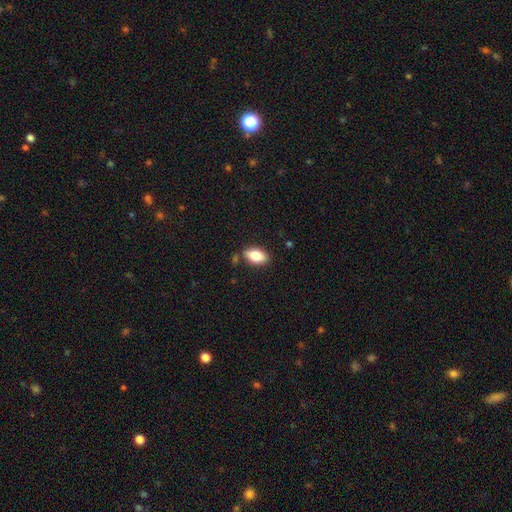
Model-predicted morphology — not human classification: This is likely a smooth galaxy (79%). How rounded: clearly in between (89%). Merging: clearly none (81%).